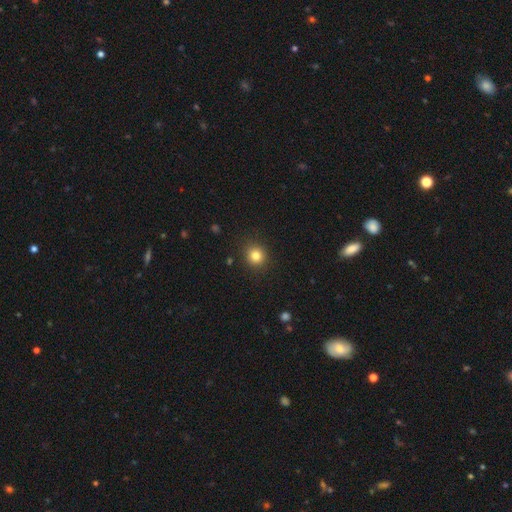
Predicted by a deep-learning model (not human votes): The model was most divided on "smooth or featured": smooth: 82%, star or artifact: 12%, featured or disk: 6%. More confident: merging — none (90%); how rounded — round (89%).